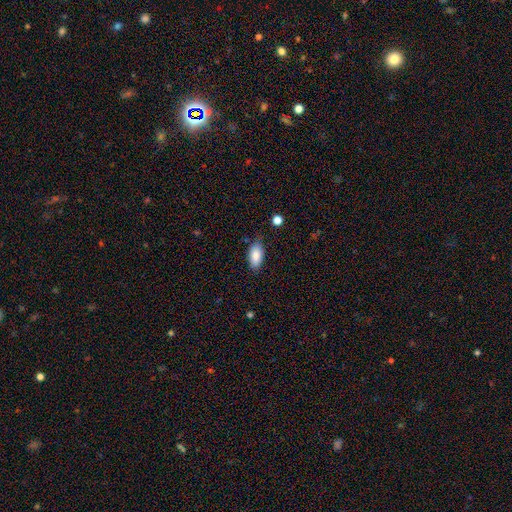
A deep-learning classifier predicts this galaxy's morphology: Overall: smooth (85%). How rounded: in between (92%). Merging: none (79%).